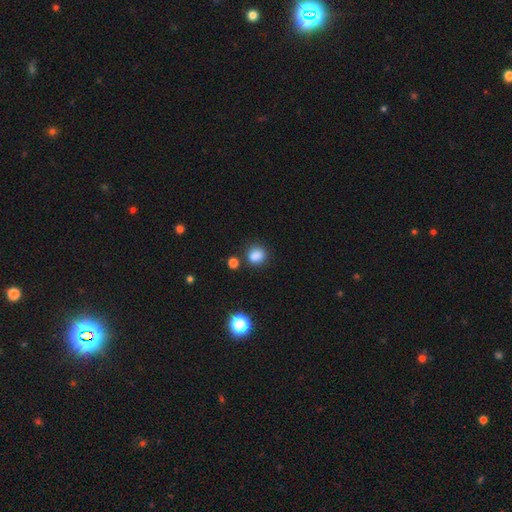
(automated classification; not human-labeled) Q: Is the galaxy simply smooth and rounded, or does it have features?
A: smooth — 83%.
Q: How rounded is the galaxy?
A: round — 76%.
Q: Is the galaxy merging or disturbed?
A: none — 78%.